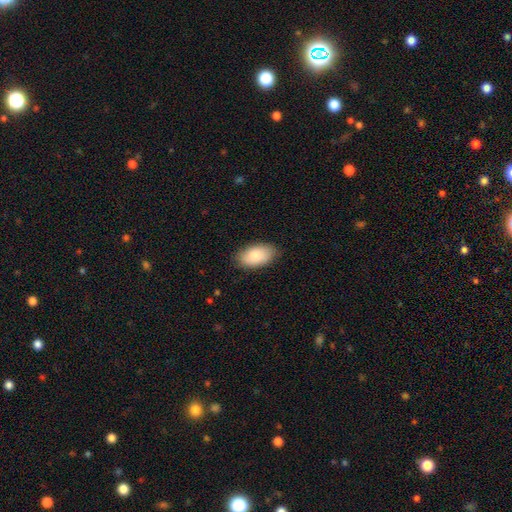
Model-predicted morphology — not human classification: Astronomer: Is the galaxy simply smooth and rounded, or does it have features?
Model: smooth — 86%.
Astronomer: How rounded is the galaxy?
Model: in between — 95%.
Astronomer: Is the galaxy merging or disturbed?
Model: none — 85%.